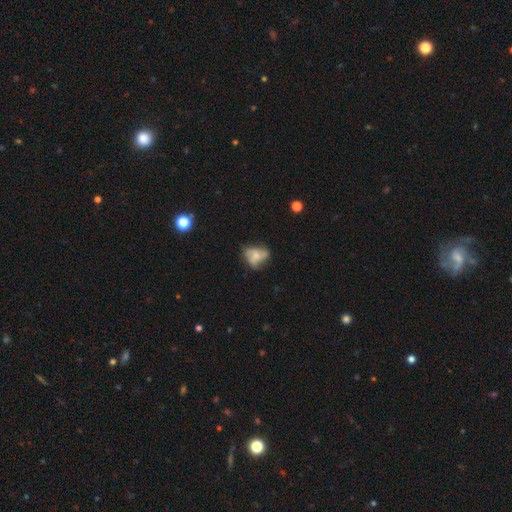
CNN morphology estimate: A smooth galaxy with no disk features (45%, tied with featured or disk).

Vote fractions:
- Smooth or featured? smooth: 45% (tied) / featured or disk: 45% (tied) / star or artifact: 10%
- Merging? none: 46% / minor disturbance: 29% / major disturbance: 21% / merger: 4%